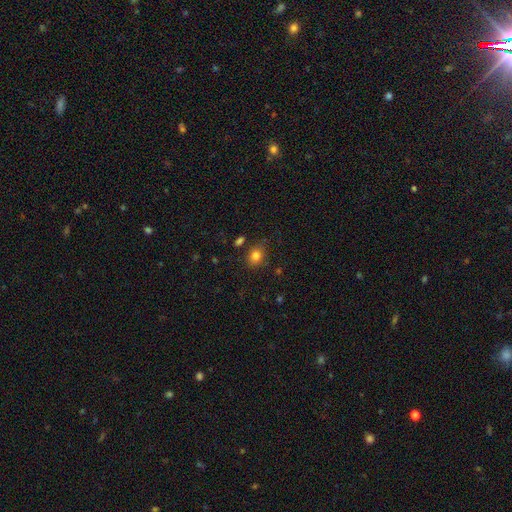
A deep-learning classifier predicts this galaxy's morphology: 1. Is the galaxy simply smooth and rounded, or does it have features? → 82% smooth, 12% star or artifact, 6% featured or disk.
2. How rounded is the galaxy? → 52% round, 47% in between, 1% cigar-shaped.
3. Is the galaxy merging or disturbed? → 78% none, 14% minor disturbance, 4% merger, 4% major disturbance.